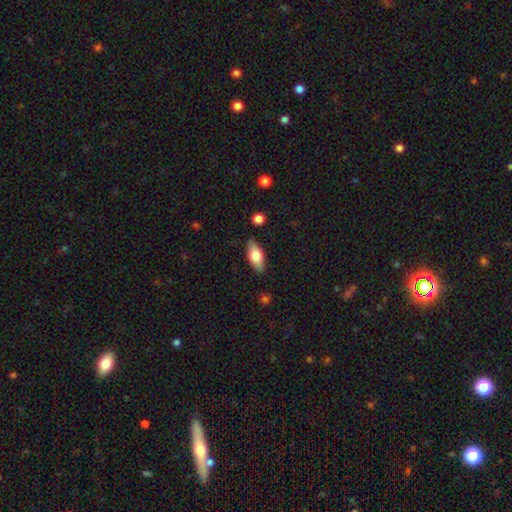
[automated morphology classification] type=smooth (71%); roundness=in between (81%); merging=none (84%).